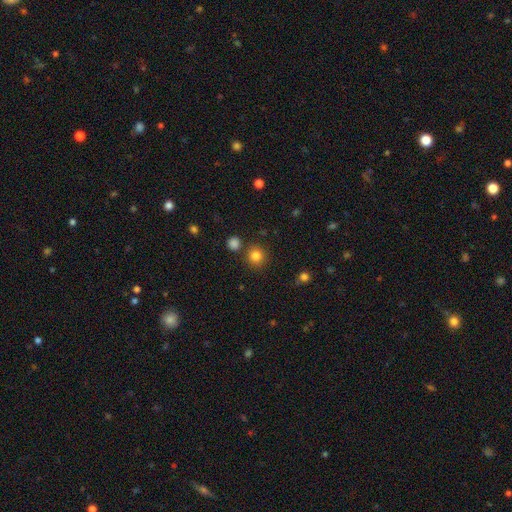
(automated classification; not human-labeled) Q: Smooth or featured?
A: smooth (83%); runner-up: star or artifact (13%)
Q: How rounded?
A: round (92%); runner-up: in between (7%)
Q: Merging?
A: none (83%); runner-up: minor disturbance (7%)